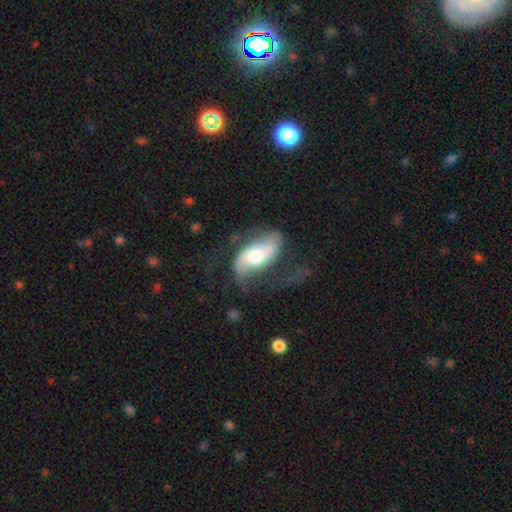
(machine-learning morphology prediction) Smooth or featured? featured or disk (70%)
Edge-on disk? no (92%)
Bar? no (49%)
Spiral arms? yes (88%)
Spiral winding? loose (60%)
Spiral arm count? 2 (86%)
Bulge size? moderate (56%)
Merging? none (46%)